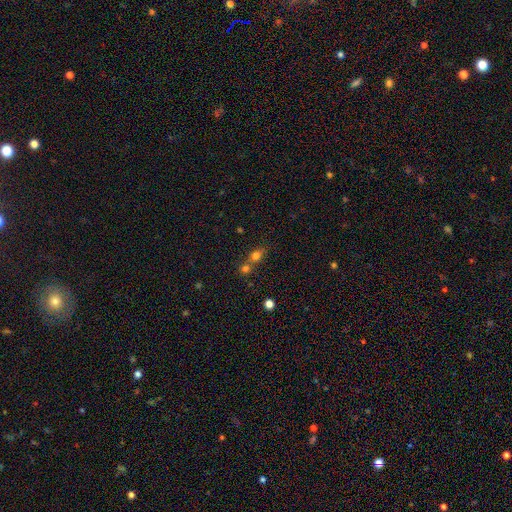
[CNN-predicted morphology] smooth_or_featured: smooth (p=0.72) [alt: star or artifact p=0.17]
how_rounded: round (p=0.66) [alt: in between p=0.31]
merging: merger (p=0.48) [alt: none p=0.40]